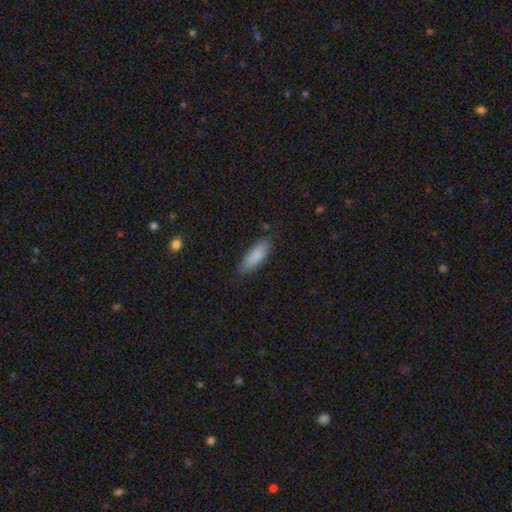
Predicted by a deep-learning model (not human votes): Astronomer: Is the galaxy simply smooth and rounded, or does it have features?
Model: smooth — 87%.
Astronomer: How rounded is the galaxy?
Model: in between — 53% (runner-up: cigar-shaped, 45%).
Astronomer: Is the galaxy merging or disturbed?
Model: none — 79%.